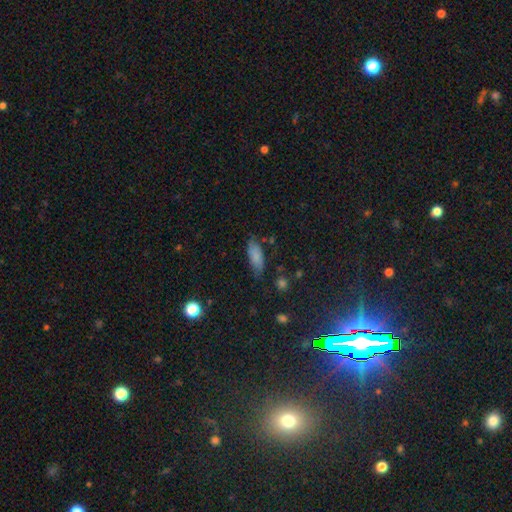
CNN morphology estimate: smooth 79%, featured or disk 12%, star or artifact 9%. Down the decision tree: how rounded — in between (80%); merging — none (65%).